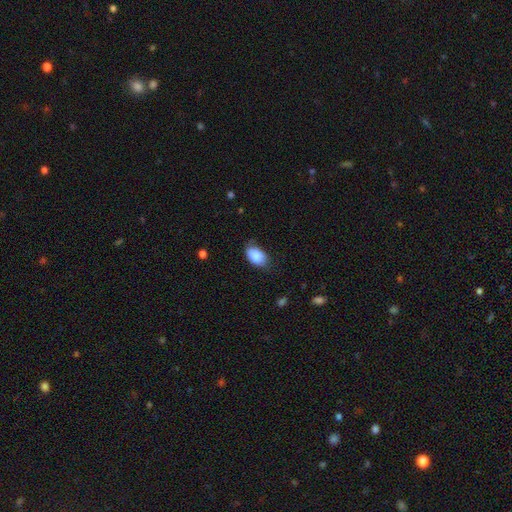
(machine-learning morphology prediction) Smooth or featured?
  - smooth: 87% *
  - star or artifact: 7%
  - featured or disk: 7%
How rounded?
  - in between: 91% *
  - round: 7%
  - cigar-shaped: 1%
Merging?
  - none: 64% *
  - minor disturbance: 28%
  - major disturbance: 6%
  - merger: 1%